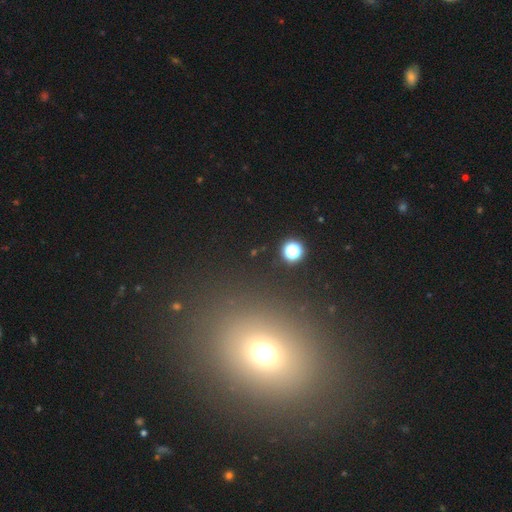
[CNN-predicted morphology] A smooth galaxy with no disk features (61%) that is in between round and cigar-shaped (53%).

Vote fractions:
- Smooth or featured? smooth: 61% / star or artifact: 27% / featured or disk: 12%
- How rounded? in between: 53% / round: 45% / cigar-shaped: 2%
- Merging? none: 89% / minor disturbance: 6% / major disturbance: 3% / merger: 2%